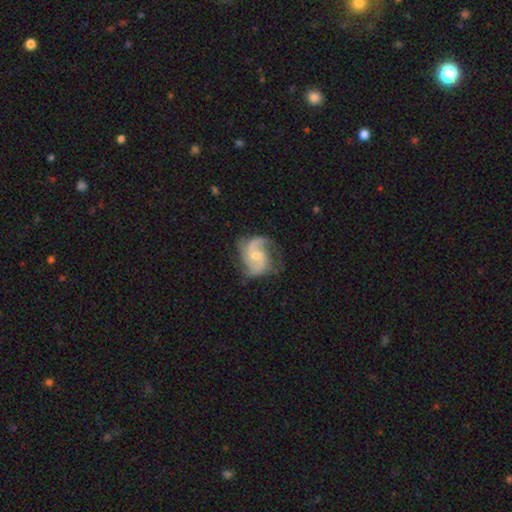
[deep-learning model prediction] This appears to be a featured or disk galaxy (88%) with no bar (48%), 2 (60%) medium (53%) spiral arms (97%) and a moderate central bulge (52%). Merging: none (66%).